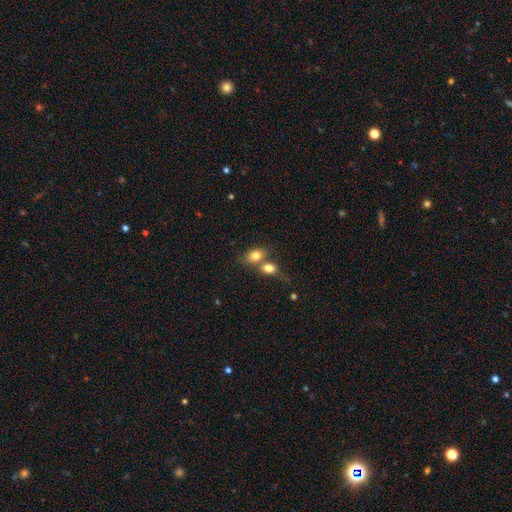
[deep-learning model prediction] Smooth or featured?
  - smooth: 80% *
  - featured or disk: 11%
  - star or artifact: 9%
How rounded?
  - in between: 75% *
  - round: 23%
  - cigar-shaped: 2%
Merging?
  - merger: 55% *
  - none: 31%
  - minor disturbance: 9%
  - major disturbance: 4%